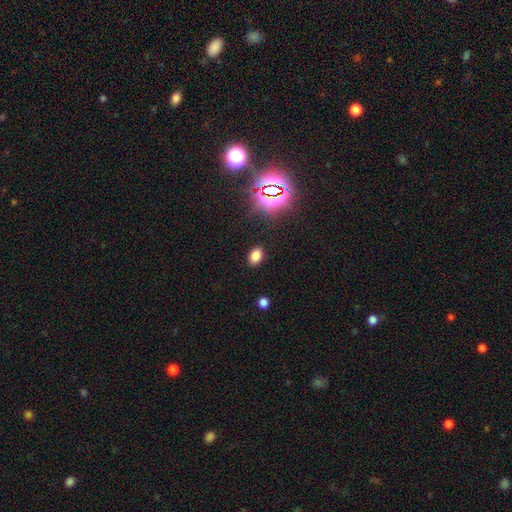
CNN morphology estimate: type=smooth (76%); roundness=in between (85%); merging=none (88%).